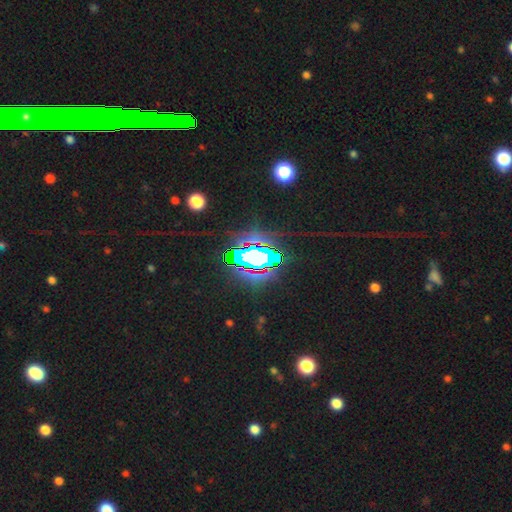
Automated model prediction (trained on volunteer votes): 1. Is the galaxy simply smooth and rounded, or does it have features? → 79% star or artifact, 11% smooth, 10% featured or disk.